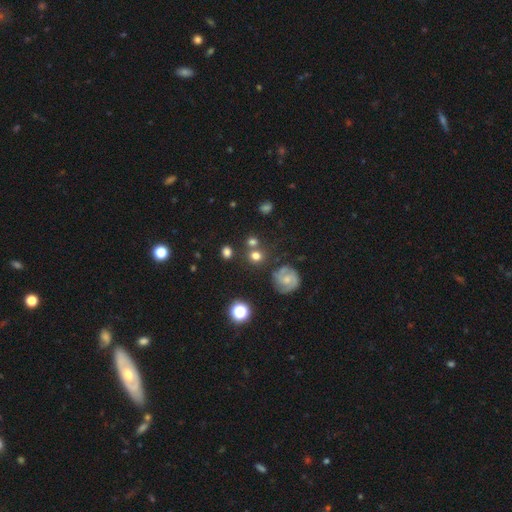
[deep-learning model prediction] This appears to be a smooth galaxy with no disk features (65%) that is round (86%). Merging: none (71%).